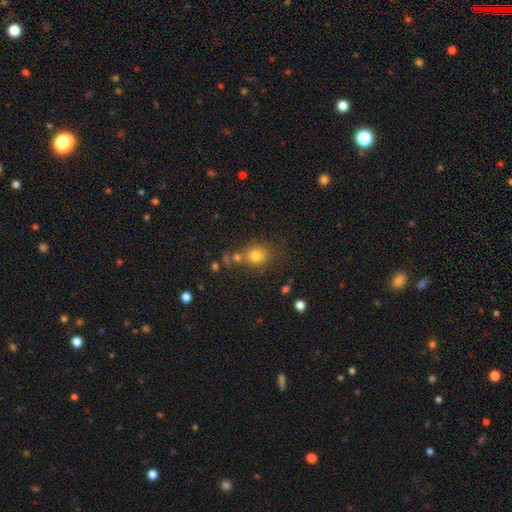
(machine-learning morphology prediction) smooth 78%, star or artifact 13%, featured or disk 9%. Down the decision tree: how rounded — round (70%); merging — none (61%).